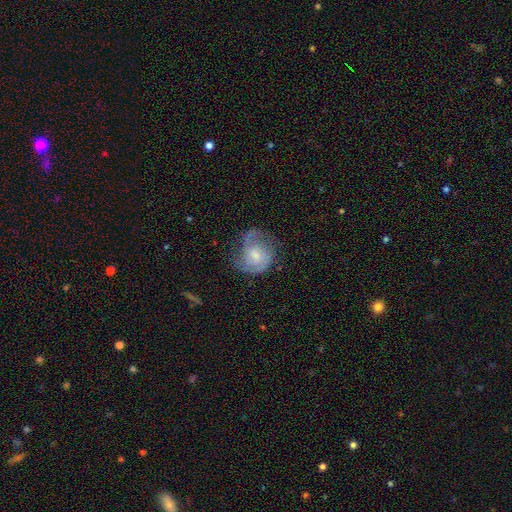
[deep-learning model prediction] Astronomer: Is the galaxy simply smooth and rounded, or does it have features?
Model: featured or disk — 72%.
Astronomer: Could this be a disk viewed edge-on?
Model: no — 98%.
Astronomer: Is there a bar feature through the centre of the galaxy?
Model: no — 51% (runner-up: weak, 43%).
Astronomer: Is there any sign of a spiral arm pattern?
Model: yes — 92%.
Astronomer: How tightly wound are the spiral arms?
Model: medium — 46% (runner-up: tight, 35%).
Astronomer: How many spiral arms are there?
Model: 2 — 60%.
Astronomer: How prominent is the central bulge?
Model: small — 49% (runner-up: moderate, 39%).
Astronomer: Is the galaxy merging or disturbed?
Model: none — 52%.